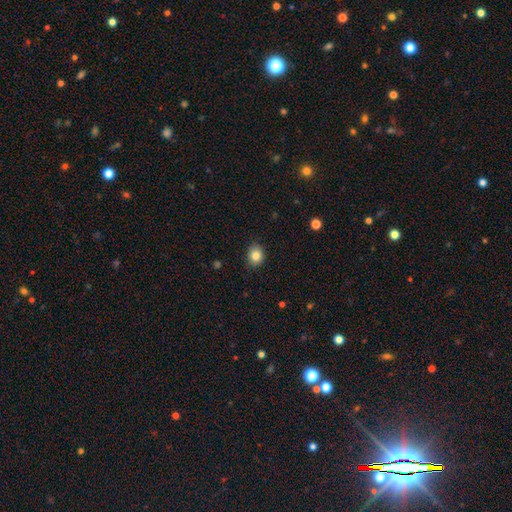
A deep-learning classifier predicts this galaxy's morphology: smooth 83%, star or artifact 10%, featured or disk 7%. Down the decision tree: how rounded — round (60%); merging — none (86%).